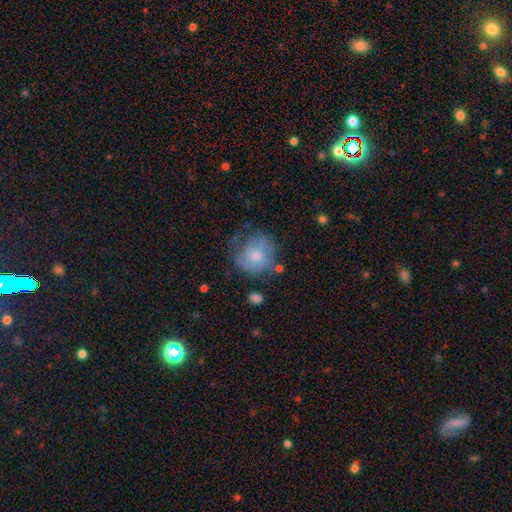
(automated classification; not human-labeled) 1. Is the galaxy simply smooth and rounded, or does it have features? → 57% smooth, 35% featured or disk, 8% star or artifact.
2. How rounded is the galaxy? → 82% round, 17% in between, 1% cigar-shaped.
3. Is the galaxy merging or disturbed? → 50% none, 27% minor disturbance, 19% major disturbance, 4% merger.